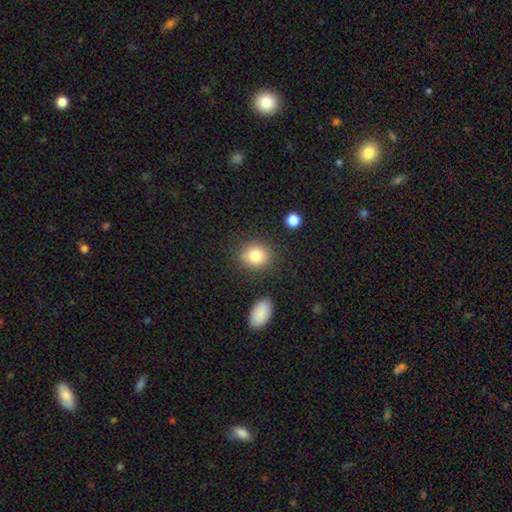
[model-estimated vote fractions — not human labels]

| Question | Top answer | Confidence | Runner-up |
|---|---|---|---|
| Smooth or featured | smooth | 82% | star or artifact (10%) |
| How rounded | round | 72% | in between (27%) |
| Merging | none | 82% | minor disturbance (11%) |